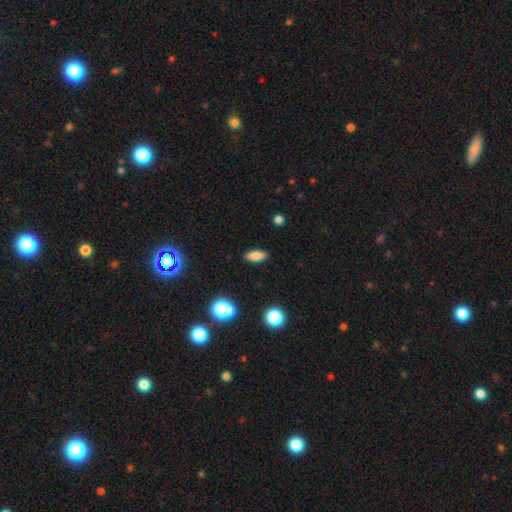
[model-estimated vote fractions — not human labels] Overall: smooth (82%). How rounded: in between (82%). Merging: none (89%).